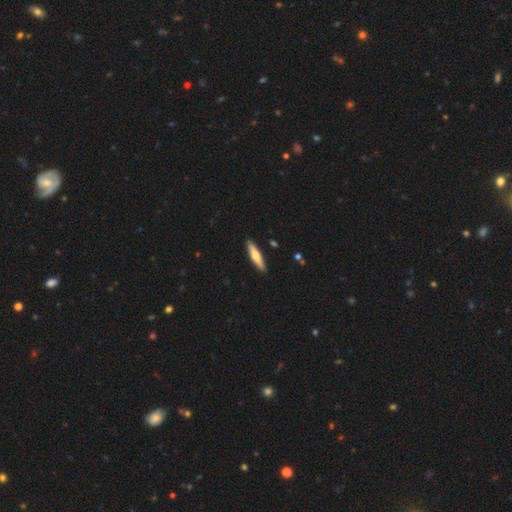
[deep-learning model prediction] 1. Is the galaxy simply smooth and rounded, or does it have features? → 60% smooth, 35% featured or disk, 5% star or artifact.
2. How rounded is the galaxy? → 83% cigar-shaped, 15% in between, 1% round.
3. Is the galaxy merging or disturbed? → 90% none, 8% minor disturbance, 1% major disturbance, 1% merger.